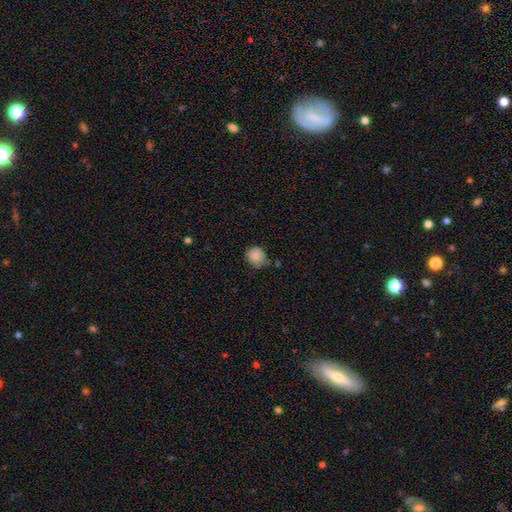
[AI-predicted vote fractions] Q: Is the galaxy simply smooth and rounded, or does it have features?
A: smooth — 85%.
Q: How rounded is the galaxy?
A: round — 83%.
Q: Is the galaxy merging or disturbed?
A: none — 66%.